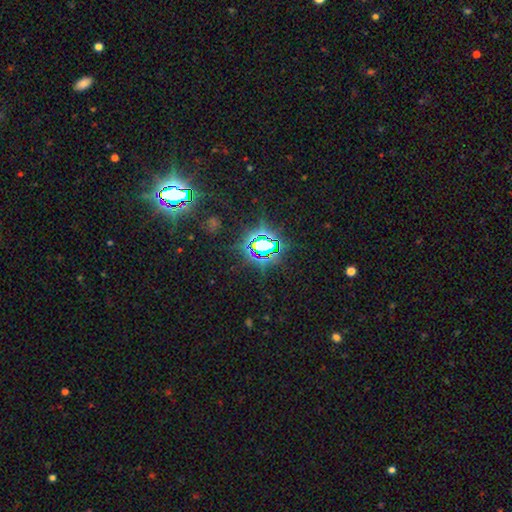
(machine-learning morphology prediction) This is clearly a star or artifact rather than a galaxy (82%).